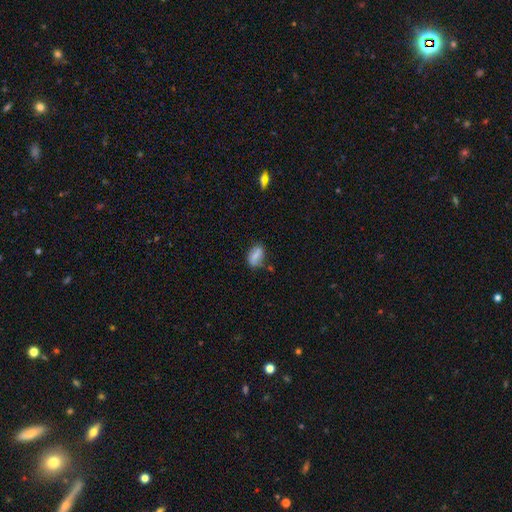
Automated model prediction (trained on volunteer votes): smooth 70%, featured or disk 21%, star or artifact 9%. Down the decision tree: how rounded — in between (85%); merging — none (69%).